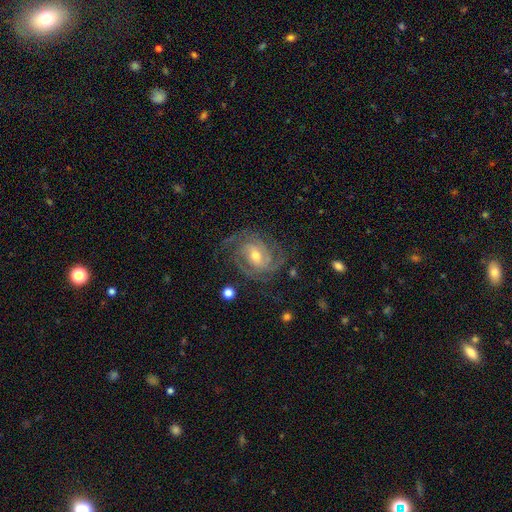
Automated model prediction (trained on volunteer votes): Overall: featured or disk (90%). Edge-on disk: no (98%). Bar: weak (47%; no 35%). Spiral arms: yes (97%). Spiral arm count: 2 (34%; 3 32%). Spiral winding: tight (58%; medium 35%). Bulge size: moderate (59%; small 36%). Merging: none (73%).